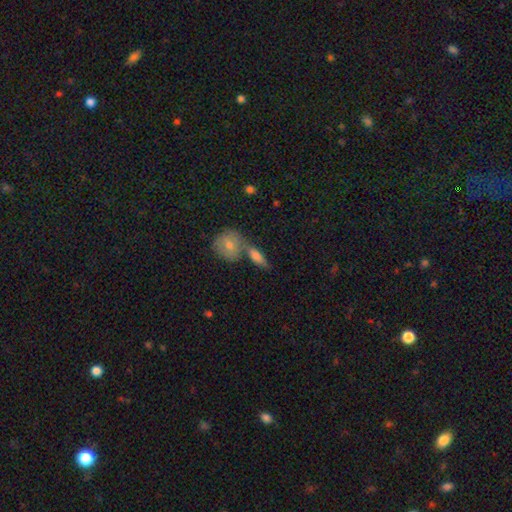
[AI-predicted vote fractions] Morphology: type=smooth (65%); roundness=in between (56%); merging=none (49%).